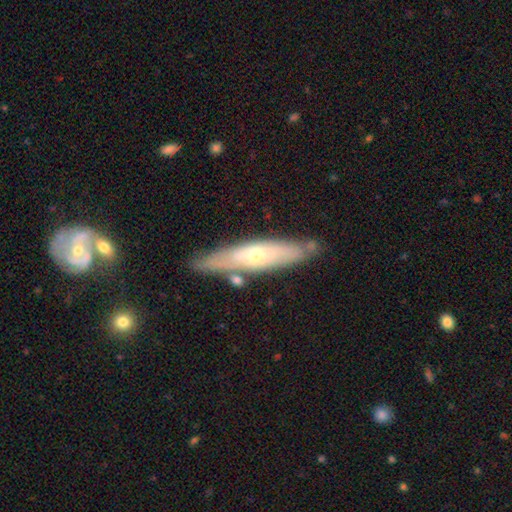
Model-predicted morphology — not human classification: Overall: featured or disk (55%; smooth 39%). Edge-on disk: yes (64%; no 36%). Merging: none (78%).